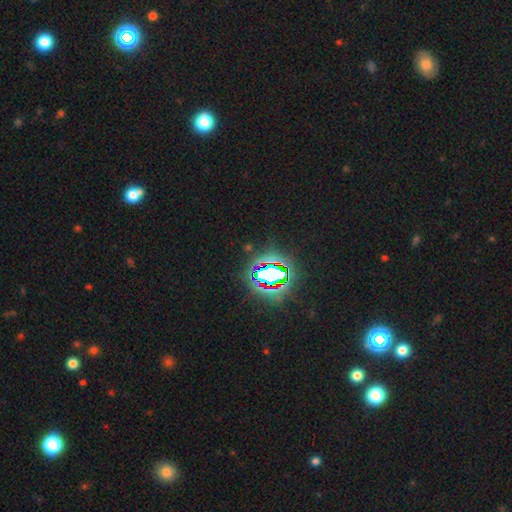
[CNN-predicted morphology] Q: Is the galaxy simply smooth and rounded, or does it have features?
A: star or artifact — 81%.